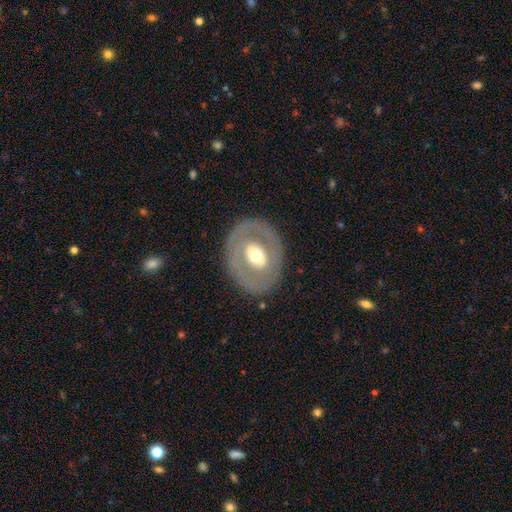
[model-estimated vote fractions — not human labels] Smooth or featured: featured or disk — 62% (smooth — 31%)
Edge-on disk: no — 93% (yes — 7%)
Bar: no — 58% (weak — 27%)
Spiral arms: no — 77% (yes — 23%)
Bulge size: moderate — 68% (large — 18%)
Merging: none — 82% (minor disturbance — 12%)